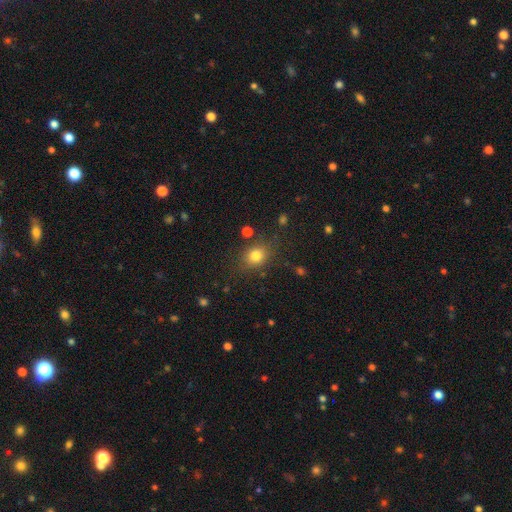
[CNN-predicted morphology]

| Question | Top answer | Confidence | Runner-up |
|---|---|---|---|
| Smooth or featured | smooth | 80% | star or artifact (12%) |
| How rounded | round | 58% | in between (41%) |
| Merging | none | 78% | minor disturbance (14%) |